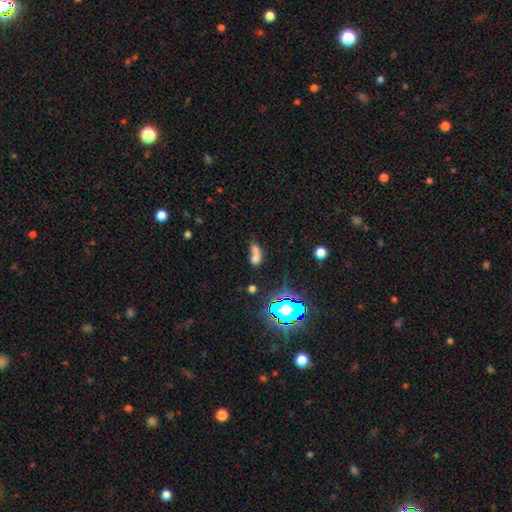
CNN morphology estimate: Smooth or featured? Predicted: smooth (p=0.61). How rounded? Predicted: in between (p=0.67). Merging? Predicted: merger (p=0.54).